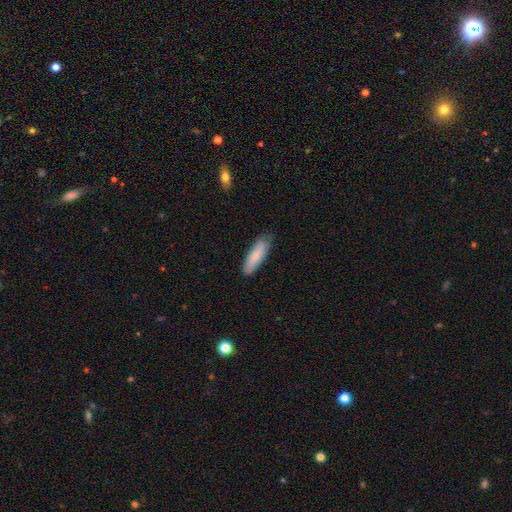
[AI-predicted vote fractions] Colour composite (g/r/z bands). It shows a smooth galaxy with no disk features (83%) that is cigar-shaped (57%). Merging: none (79%).